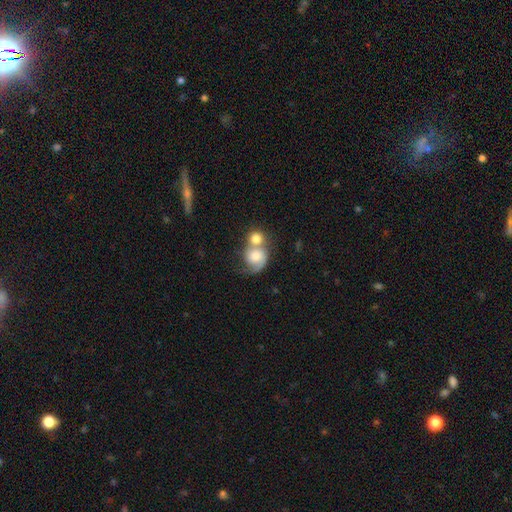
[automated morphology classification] Smooth or featured? featured or disk (47%)
Merging? merger (67%)